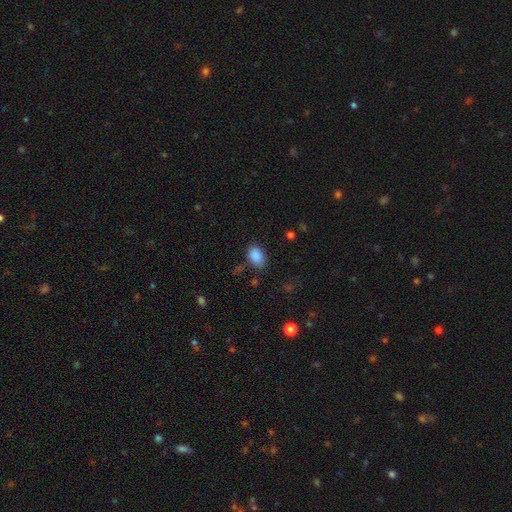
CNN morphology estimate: smooth-or-featured: smooth: 88% | star or artifact: 9% | featured or disk: 4%
  how-rounded: in between: 84% | round: 15% | cigar-shaped: 1%
  merging: none: 75% | minor disturbance: 17% | major disturbance: 5% | merger: 3%